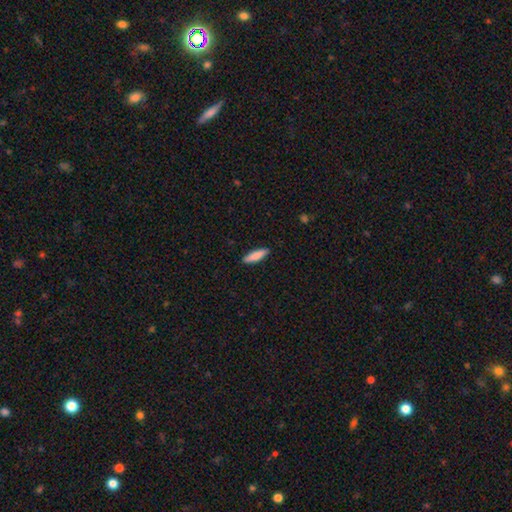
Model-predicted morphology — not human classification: A smooth galaxy with no disk features (84%) that is cigar-shaped (68%).

Vote fractions:
- Smooth or featured? smooth: 84% / featured or disk: 10% / star or artifact: 6%
- How rounded? cigar-shaped: 68% / in between: 31% / round: 2%
- Merging? none: 90% / minor disturbance: 7% / major disturbance: 2% / merger: 1%